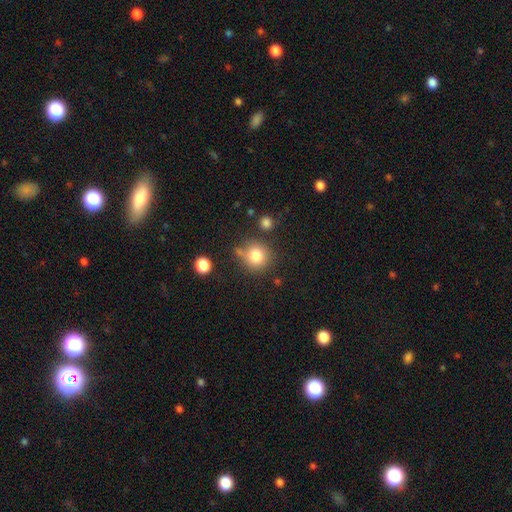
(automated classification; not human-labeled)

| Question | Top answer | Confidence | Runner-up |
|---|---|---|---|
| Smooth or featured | smooth | 80% | star or artifact (11%) |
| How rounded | round | 89% | in between (10%) |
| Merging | none | 70% | minor disturbance (14%) |